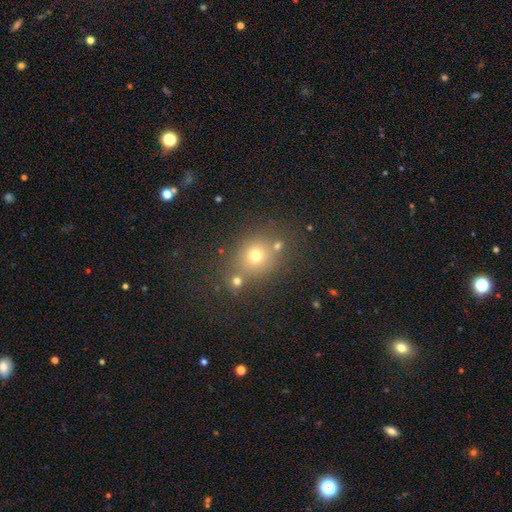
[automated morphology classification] Smooth or featured? smooth (67%)
How rounded? round (78%)
Merging? none (68%)